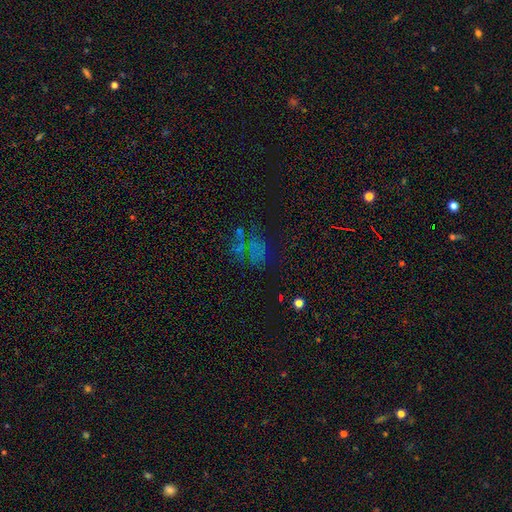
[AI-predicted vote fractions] This appears to be a star or artifact, not a galaxy (41%).